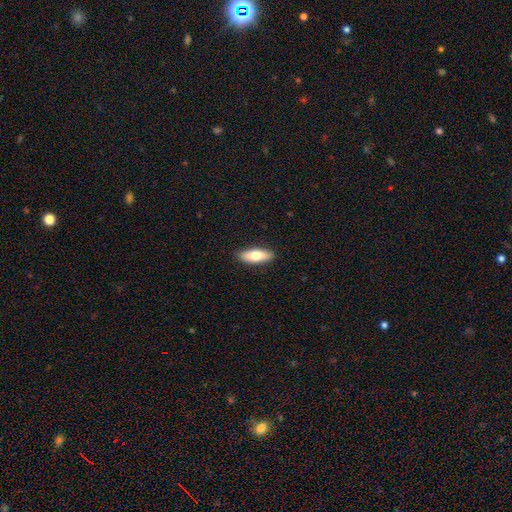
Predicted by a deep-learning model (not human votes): Smooth or featured?
  - smooth: 74% *
  - featured or disk: 21%
  - star or artifact: 6%
How rounded?
  - in between: 63% *
  - cigar-shaped: 35%
  - round: 2%
Merging?
  - none: 90% *
  - minor disturbance: 8%
  - major disturbance: 2%
  - merger: 1%